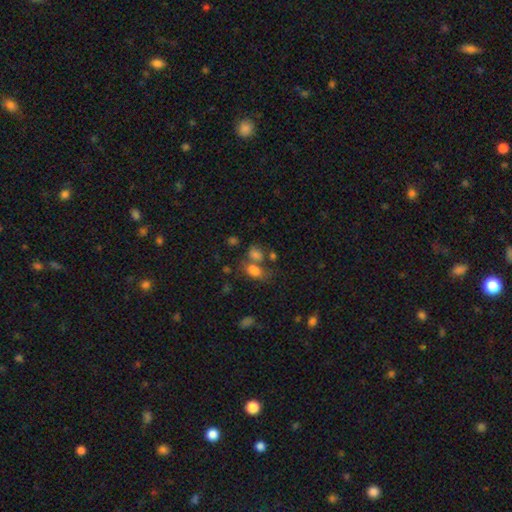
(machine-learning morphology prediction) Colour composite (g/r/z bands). It shows a smooth galaxy with no disk features (61%) that is in between round and cigar-shaped (71%). Merging: none (43%).